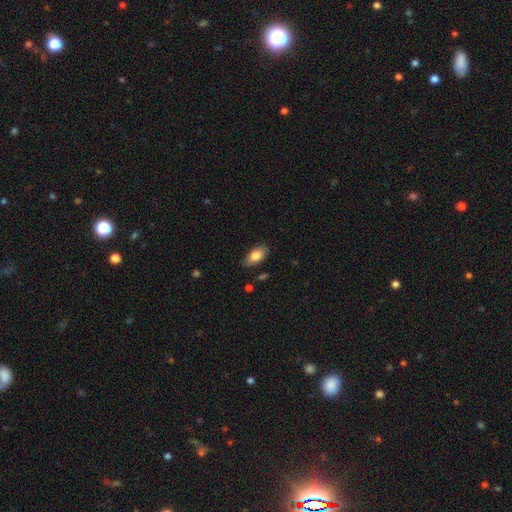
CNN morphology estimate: smooth_or_featured: smooth (p=0.80) [alt: featured or disk p=0.13]
how_rounded: in between (p=0.91) [alt: cigar-shaped p=0.05]
merging: none (p=0.82) [alt: minor disturbance p=0.14]